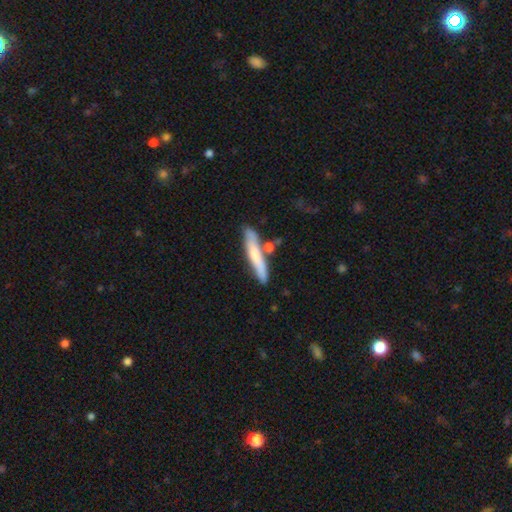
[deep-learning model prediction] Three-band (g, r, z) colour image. It shows a smooth galaxy with no disk features (62%) that is cigar-shaped (90%). Merging: none (72%).